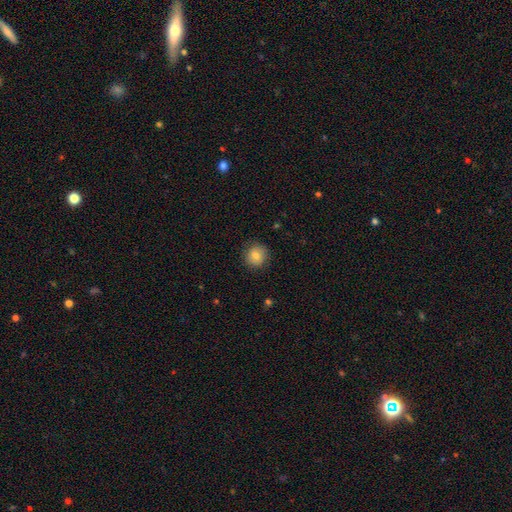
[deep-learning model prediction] Q: Smooth or featured?
A: smooth (80%); runner-up: featured or disk (11%)
Q: How rounded?
A: round (89%); runner-up: in between (11%)
Q: Merging?
A: none (86%); runner-up: minor disturbance (10%)